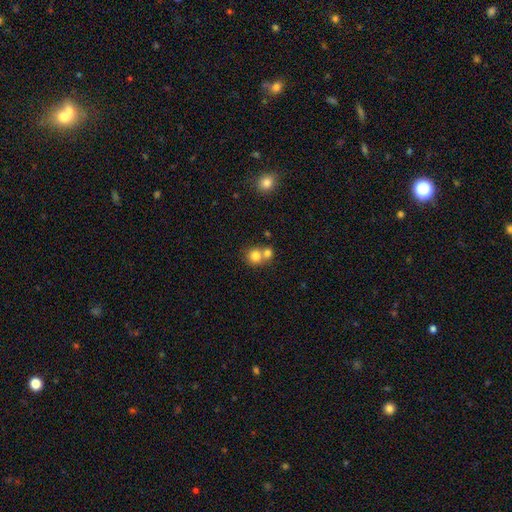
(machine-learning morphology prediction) Overall: smooth (79%). How rounded: round (84%). Merging: merger (51%; none 40%).